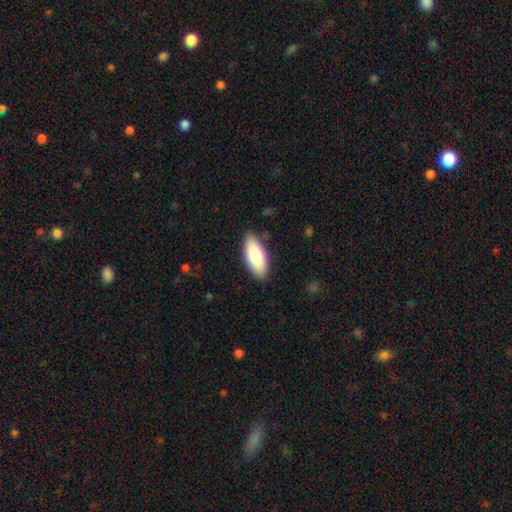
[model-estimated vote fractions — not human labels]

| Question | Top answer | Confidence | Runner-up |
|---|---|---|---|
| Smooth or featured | smooth | 80% | featured or disk (14%) |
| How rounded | in between | 84% | cigar-shaped (14%) |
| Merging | none | 86% | minor disturbance (11%) |